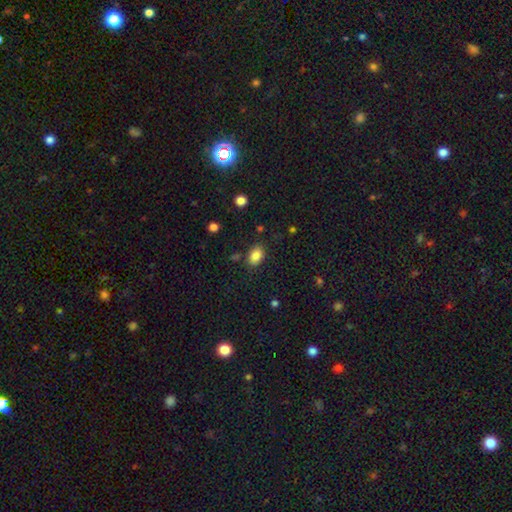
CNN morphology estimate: Smooth or featured?
  - smooth: 86% *
  - star or artifact: 9%
  - featured or disk: 5%
How rounded?
  - in between: 84% *
  - round: 15%
  - cigar-shaped: 1%
Merging?
  - none: 82% *
  - minor disturbance: 12%
  - major disturbance: 4%
  - merger: 3%